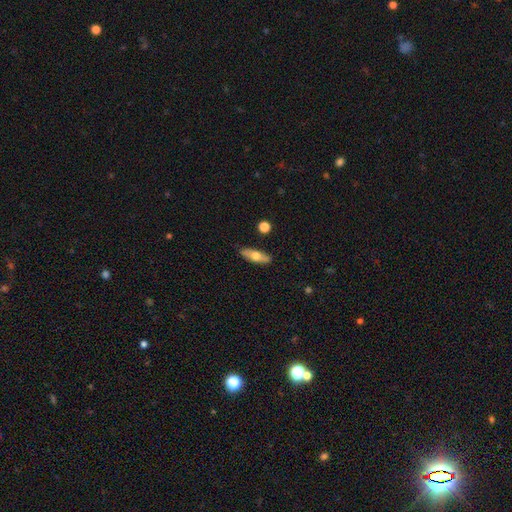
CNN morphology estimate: A smooth galaxy with no disk features (58%) that is in between round and cigar-shaped (54%).

Vote fractions:
- Smooth or featured? smooth: 58% / featured or disk: 36% / star or artifact: 6%
- How rounded? in between: 54% / cigar-shaped: 43% / round: 3%
- Merging? none: 85% / minor disturbance: 11% / merger: 2% / major disturbance: 2%